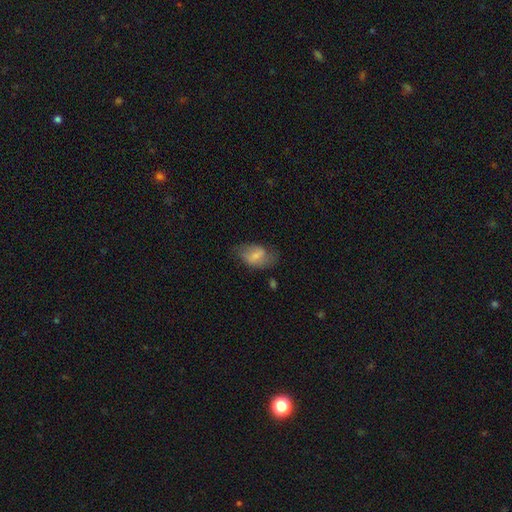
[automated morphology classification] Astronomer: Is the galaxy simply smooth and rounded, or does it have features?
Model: smooth — 60%.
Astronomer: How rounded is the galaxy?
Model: in between — 87%.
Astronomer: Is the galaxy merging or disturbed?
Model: none — 59%.